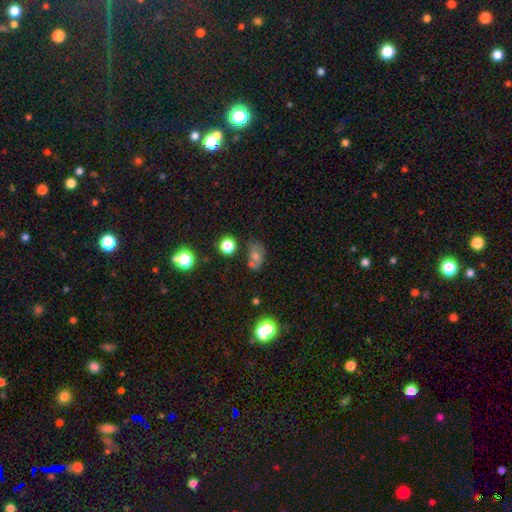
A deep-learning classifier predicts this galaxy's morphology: A smooth galaxy with no disk features (52%) that is in between round and cigar-shaped (72%).

Vote fractions:
- Smooth or featured? smooth: 52% / featured or disk: 29% / star or artifact: 19%
- How rounded? in between: 72% / round: 26% / cigar-shaped: 2%
- Merging? none: 58% / minor disturbance: 19% / merger: 15% / major disturbance: 8%